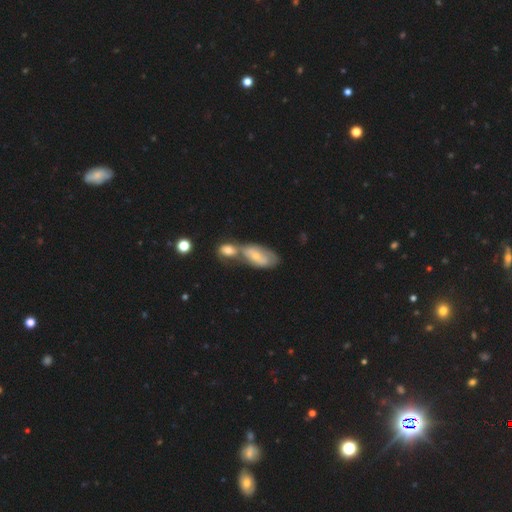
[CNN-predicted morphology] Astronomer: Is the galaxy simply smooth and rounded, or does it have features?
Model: featured or disk — 49% (runner-up: smooth, 42%).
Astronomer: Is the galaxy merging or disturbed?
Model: merger — 63%.